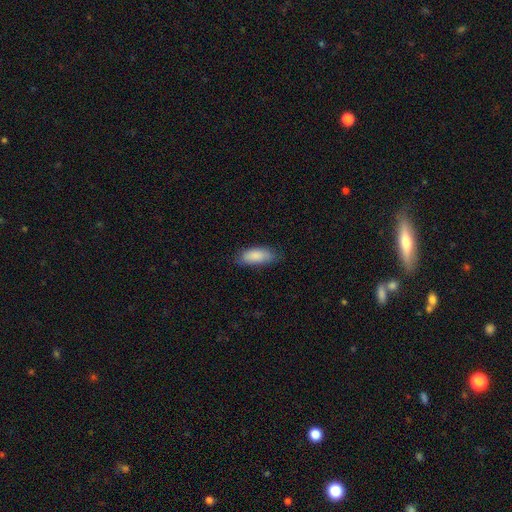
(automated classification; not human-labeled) A smooth galaxy with no disk features (88%) that is in between round and cigar-shaped (81%). Merging: none (78%).